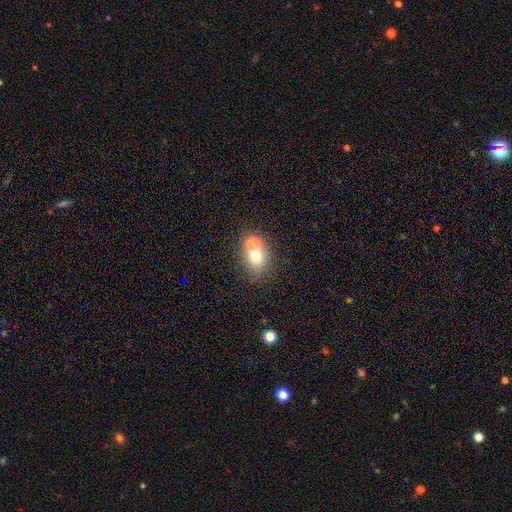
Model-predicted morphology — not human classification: smooth-or-featured: smooth: 68% | featured or disk: 20% | star or artifact: 13%
  how-rounded: round: 64% | in between: 35% | cigar-shaped: 1%
  merging: merger: 57% | none: 34% | minor disturbance: 6% | major disturbance: 3%